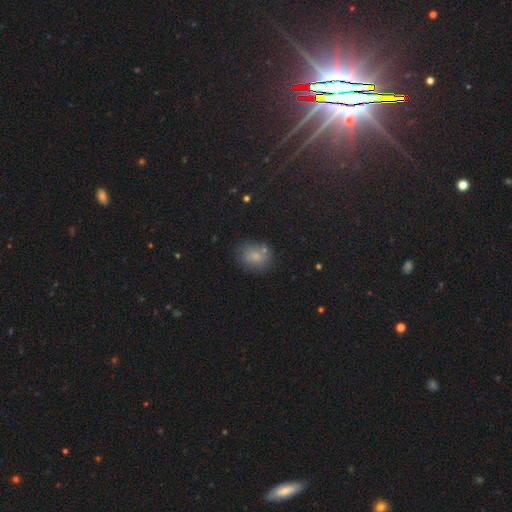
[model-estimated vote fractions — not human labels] smooth-or-featured: smooth: 74% | star or artifact: 14% | featured or disk: 11%
  how-rounded: round: 54% | in between: 45% | cigar-shaped: 1%
  merging: none: 69% | minor disturbance: 17% | merger: 9% | major disturbance: 6%